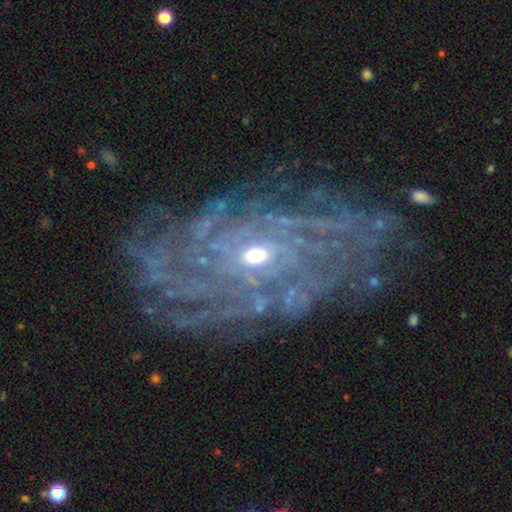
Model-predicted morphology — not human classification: Smooth or featured? featured or disk (85%)
Edge-on disk? no (96%)
Bar? no (60%)
Spiral arms? yes (92%)
Spiral winding? tight (61%)
Spiral arm count? can't tell (30%)
Bulge size? small (55%)
Merging? none (63%)